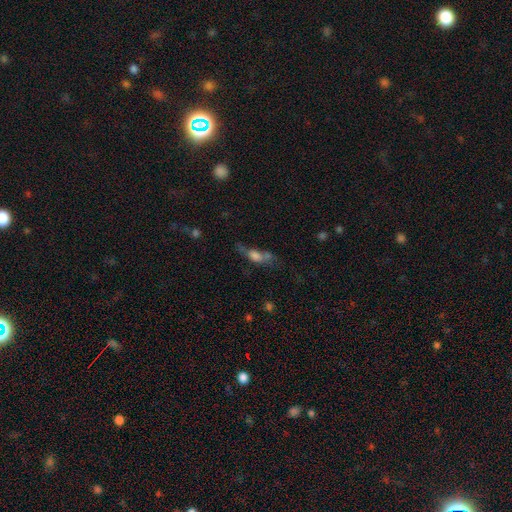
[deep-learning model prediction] Smooth or featured? Predicted: smooth (p=0.48). Merging? Predicted: none (p=0.37).